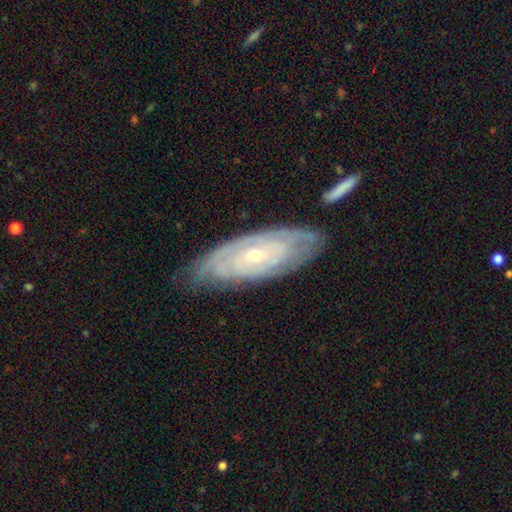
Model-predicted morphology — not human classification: A featured or disk galaxy (82%) with no bar (71%), tight (80%) spiral arms (92%) and a small central bulge (66%). Merging: none (73%).